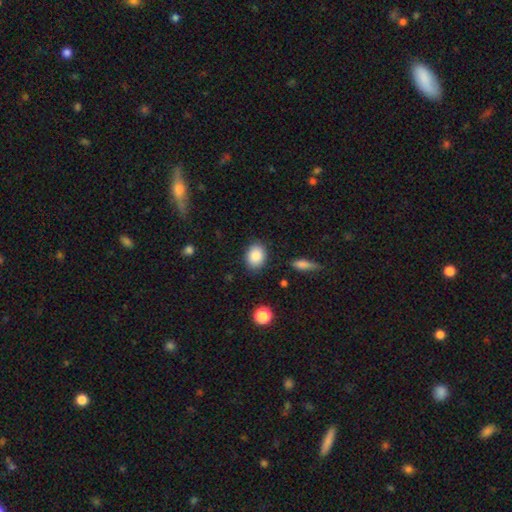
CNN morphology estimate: smooth_or_featured: smooth (p=0.85) [alt: star or artifact p=0.08]
how_rounded: in between (p=0.67) [alt: round p=0.32]
merging: none (p=0.86) [alt: minor disturbance p=0.10]